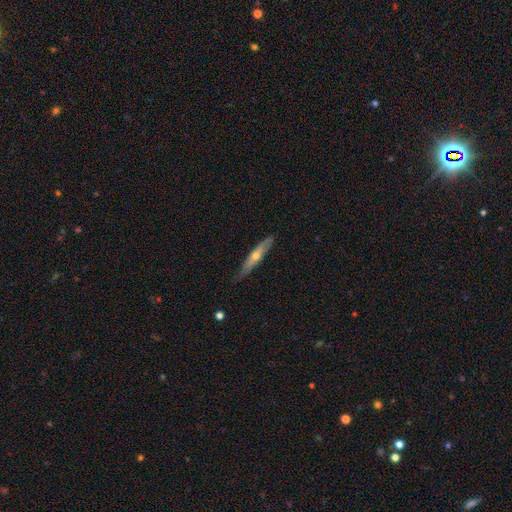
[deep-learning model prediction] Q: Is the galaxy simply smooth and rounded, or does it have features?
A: featured or disk — 55%.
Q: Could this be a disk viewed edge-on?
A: yes — 86%.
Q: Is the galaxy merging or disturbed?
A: none — 78%.